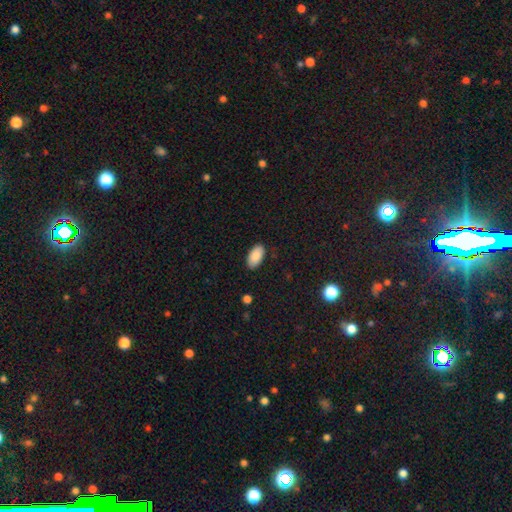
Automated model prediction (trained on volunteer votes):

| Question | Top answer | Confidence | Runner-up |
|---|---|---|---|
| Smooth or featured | smooth | 88% | star or artifact (7%) |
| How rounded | in between | 95% | round (2%) |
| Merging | none | 87% | minor disturbance (10%) |